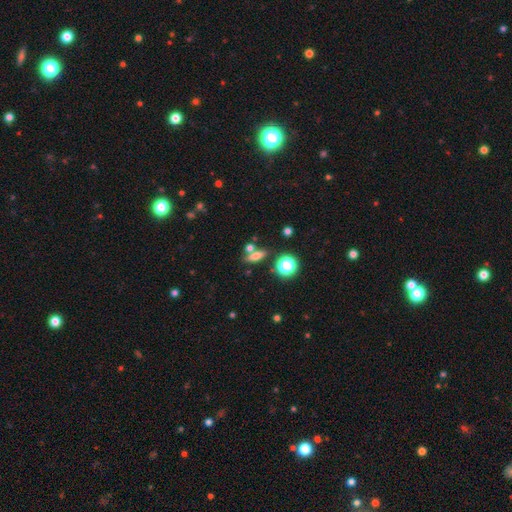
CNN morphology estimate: Q: Smooth or featured?
A: smooth (66%); runner-up: featured or disk (19%)
Q: How rounded?
A: in between (50%); runner-up: cigar-shaped (37%)
Q: Merging?
A: none (69%); runner-up: merger (16%)